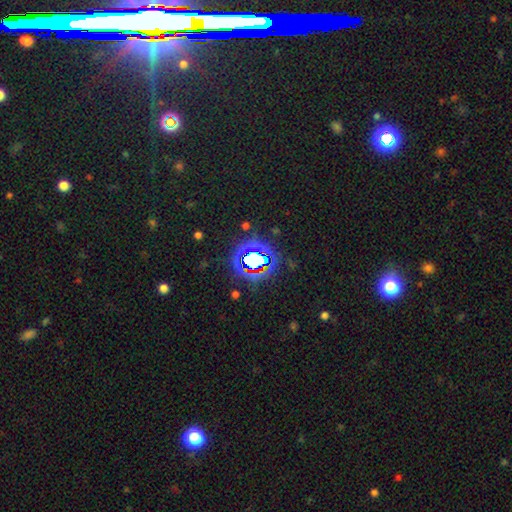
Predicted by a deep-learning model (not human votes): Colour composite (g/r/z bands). It shows a star or artifact, not a galaxy (76%).